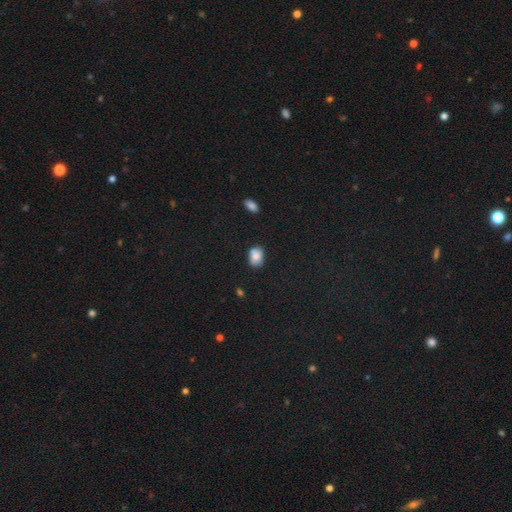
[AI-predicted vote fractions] A smooth galaxy with no disk features (77%) that is in between round and cigar-shaped (72%).

Vote fractions:
- Smooth or featured? smooth: 77% / featured or disk: 13% / star or artifact: 10%
- How rounded? in between: 72% / round: 27% / cigar-shaped: 1%
- Merging? none: 67% / minor disturbance: 20% / merger: 9% / major disturbance: 4%